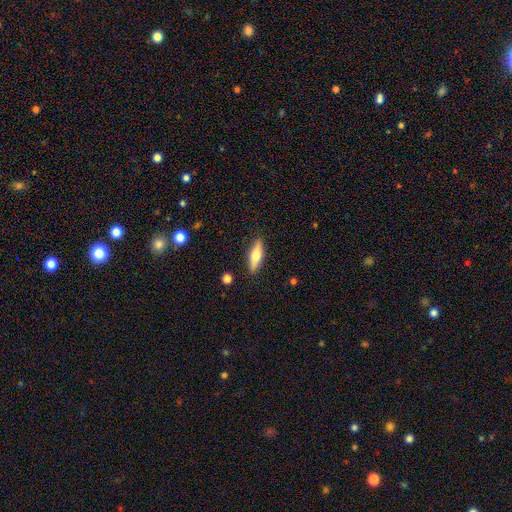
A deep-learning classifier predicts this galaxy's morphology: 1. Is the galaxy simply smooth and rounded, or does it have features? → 57% smooth, 37% featured or disk, 6% star or artifact.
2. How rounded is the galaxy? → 54% cigar-shaped, 43% in between, 2% round.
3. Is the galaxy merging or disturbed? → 88% none, 9% minor disturbance, 2% major disturbance, 1% merger.